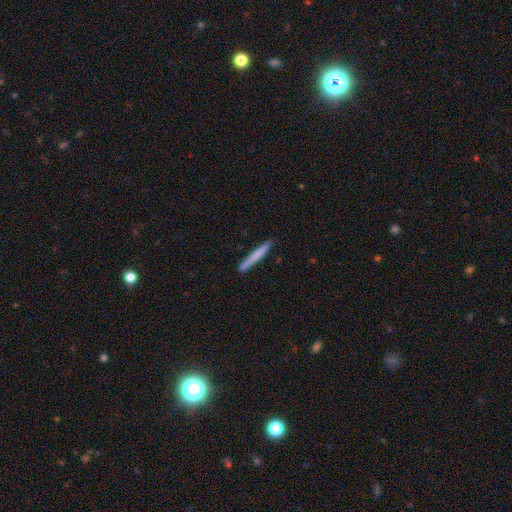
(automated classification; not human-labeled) Morphology: type=smooth (69%); roundness=cigar-shaped (97%); merging=none (89%).